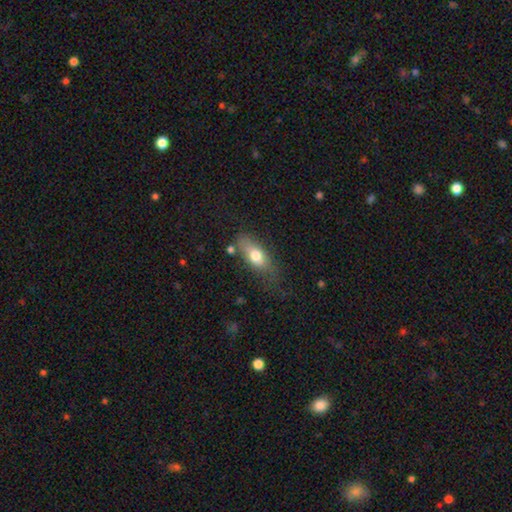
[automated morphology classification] Smooth or featured? Predicted: smooth (p=0.71). How rounded? Predicted: in between (p=0.77). Merging? Predicted: none (p=0.59).